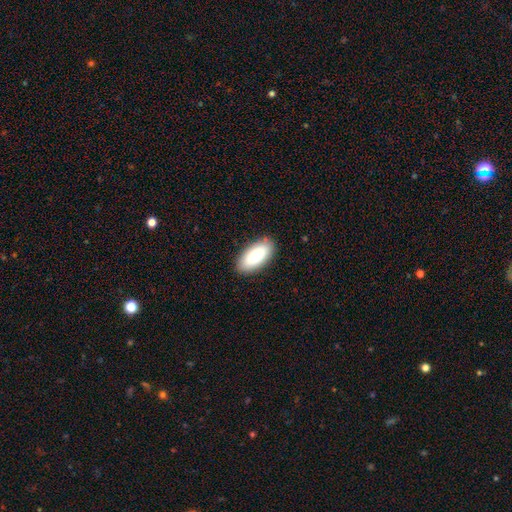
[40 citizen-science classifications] A smooth galaxy with no disk features (78%) that is in between round and cigar-shaped (87%). Merging: none (84%).